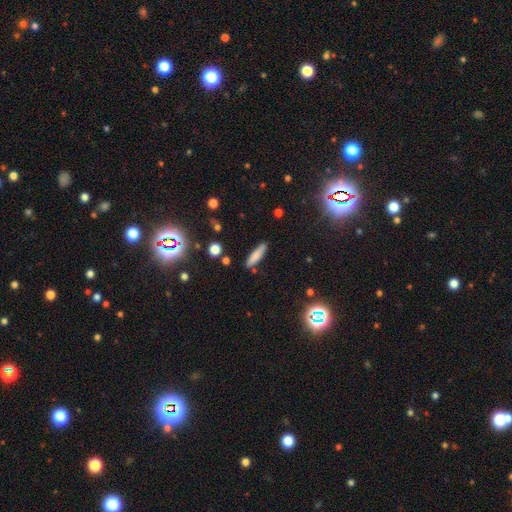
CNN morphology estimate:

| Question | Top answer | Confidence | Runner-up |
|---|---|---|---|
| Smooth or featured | smooth | 77% | featured or disk (14%) |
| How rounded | cigar-shaped | 74% | in between (24%) |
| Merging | none | 84% | minor disturbance (11%) |